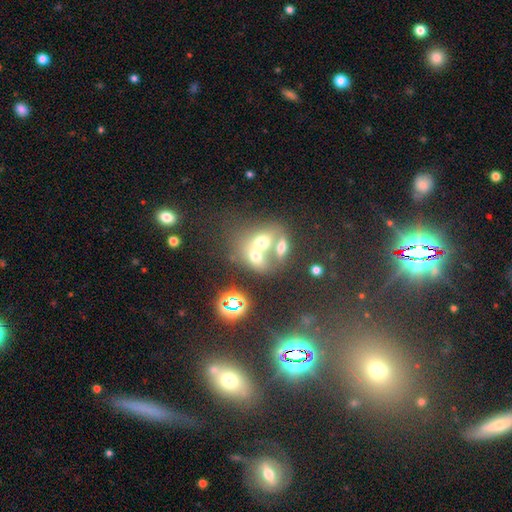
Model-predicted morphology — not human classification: smooth 57%, featured or disk 26%, star or artifact 17%. Down the decision tree: how rounded — in between (58%); merging — merger (65%).